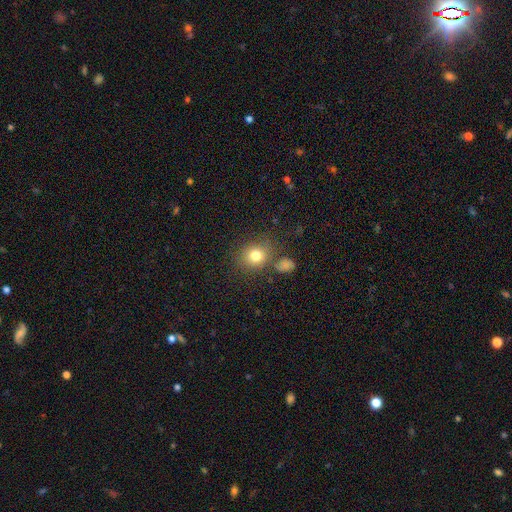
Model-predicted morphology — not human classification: Smooth or featured?
  - smooth: 79% *
  - star or artifact: 12%
  - featured or disk: 9%
How rounded?
  - round: 72% *
  - in between: 27%
  - cigar-shaped: 1%
Merging?
  - none: 72% *
  - minor disturbance: 13%
  - merger: 10%
  - major disturbance: 5%